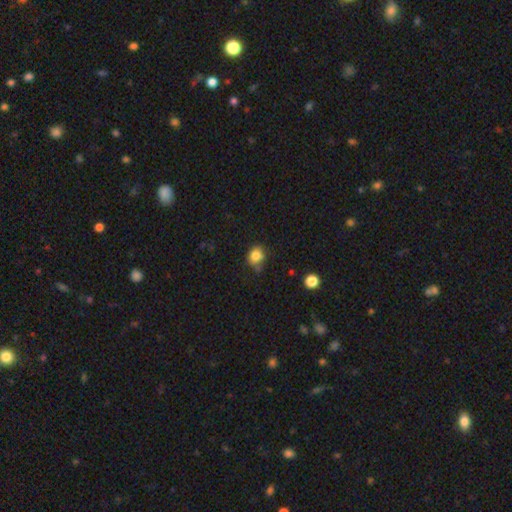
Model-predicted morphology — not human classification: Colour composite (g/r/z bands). It shows a smooth galaxy with no disk features (82%) that is round (68%). Merging: none (65%).